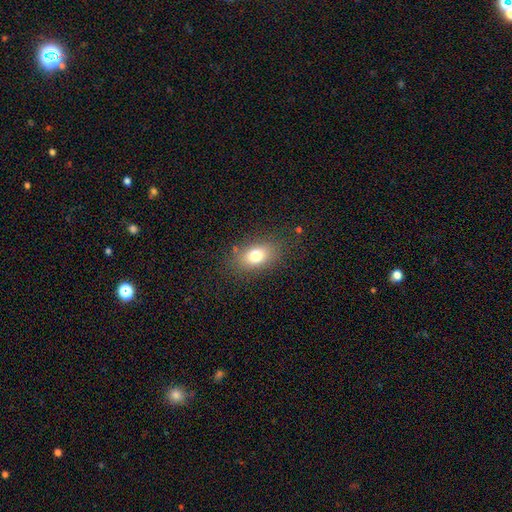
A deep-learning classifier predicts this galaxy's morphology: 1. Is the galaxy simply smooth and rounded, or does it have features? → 76% smooth, 13% featured or disk, 10% star or artifact.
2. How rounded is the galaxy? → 83% in between, 14% round, 3% cigar-shaped.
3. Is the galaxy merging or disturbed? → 80% none, 13% minor disturbance, 5% major disturbance, 2% merger.